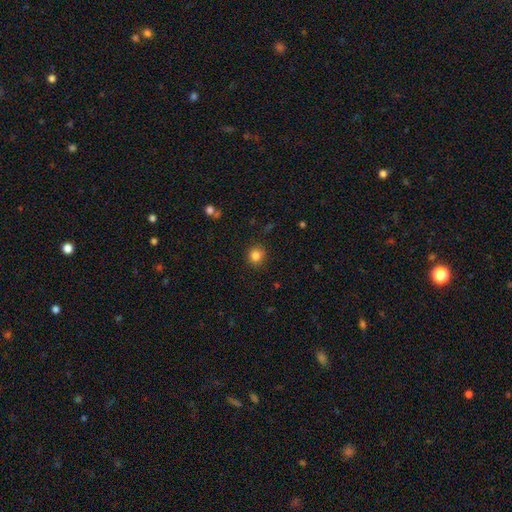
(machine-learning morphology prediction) smooth 84%, star or artifact 11%, featured or disk 5%. Down the decision tree: how rounded — round (87%); merging — none (88%).